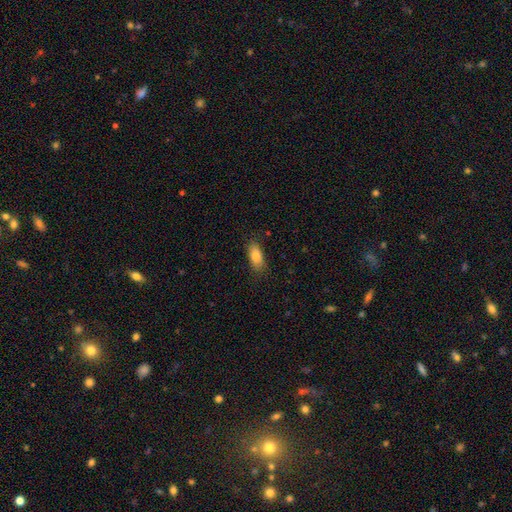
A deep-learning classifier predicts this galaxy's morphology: The model was most divided on "merging": none: 80%, minor disturbance: 15%, major disturbance: 4%, merger: 1%. More confident: smooth or featured — smooth (84%); how rounded — in between (83%).